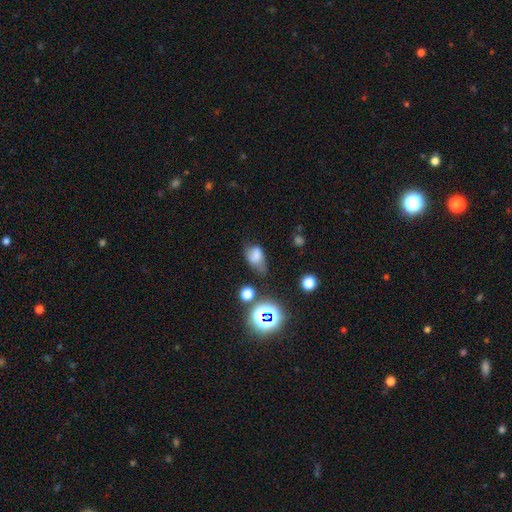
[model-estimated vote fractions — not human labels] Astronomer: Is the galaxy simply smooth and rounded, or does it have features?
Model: smooth — 65%.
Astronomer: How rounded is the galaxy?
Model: in between — 79%.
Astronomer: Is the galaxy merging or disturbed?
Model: minor disturbance — 37% (runner-up: none, 36%).